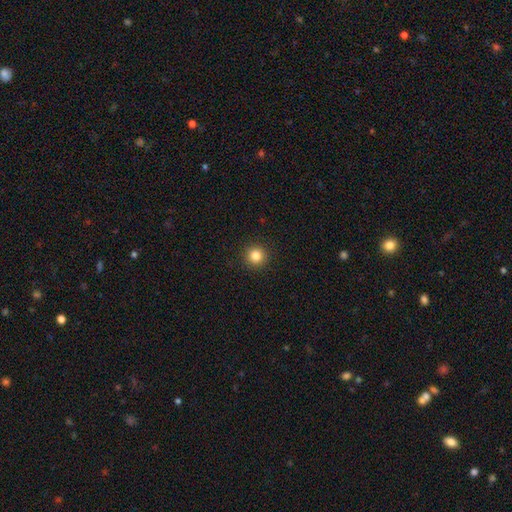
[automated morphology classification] Smooth or featured? smooth (84%)
How rounded? round (95%)
Merging? none (93%)